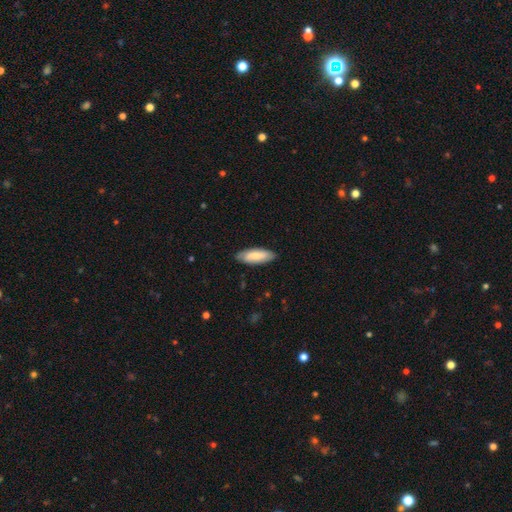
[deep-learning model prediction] Smooth or featured? smooth (74%)
How rounded? in between (69%)
Merging? none (84%)